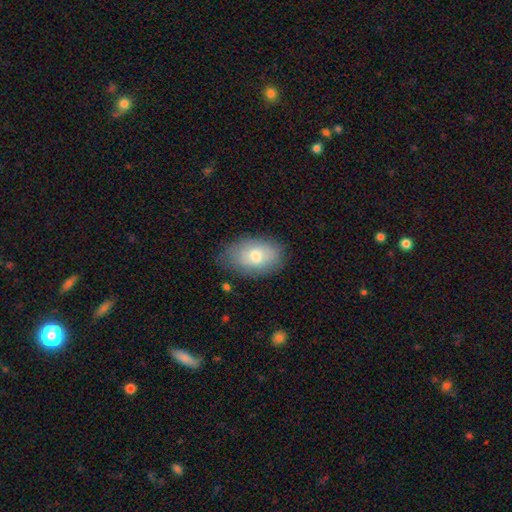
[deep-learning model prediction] Morphology: type=smooth (74%); roundness=in between (90%); merging=none (75%).